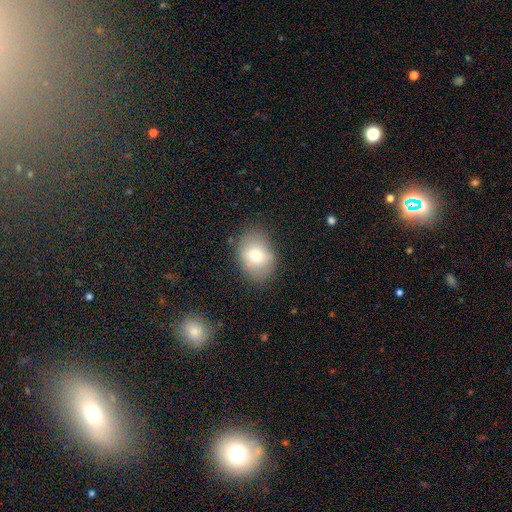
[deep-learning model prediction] Morphology: type=smooth (78%); roundness=in between (68%); merging=none (79%).